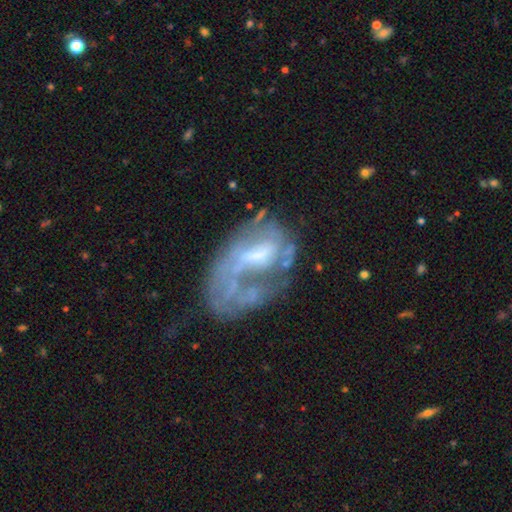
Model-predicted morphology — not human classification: Overall: featured or disk (69%). Edge-on disk: no (97%). Bar: no (49%; weak 38%). Spiral arms: no (54%; yes 46%). Bulge size: moderate (36%; small 30%). Merging: major disturbance (40%; none 30%).